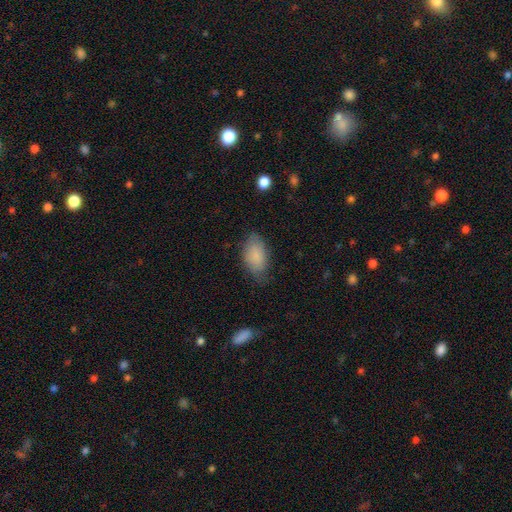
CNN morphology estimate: Q: Smooth or featured?
A: smooth (85%); runner-up: featured or disk (8%)
Q: How rounded?
A: in between (93%); runner-up: round (5%)
Q: Merging?
A: none (70%); runner-up: minor disturbance (23%)